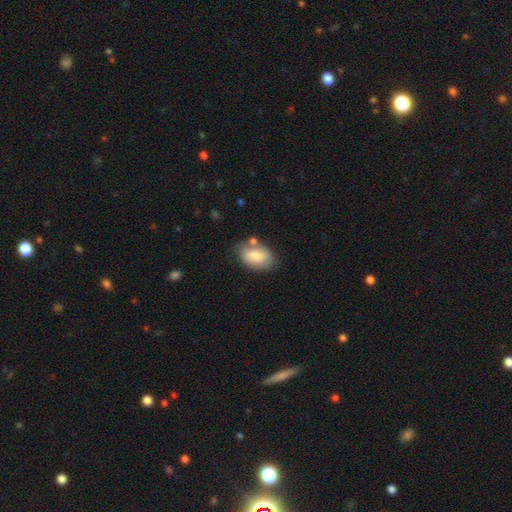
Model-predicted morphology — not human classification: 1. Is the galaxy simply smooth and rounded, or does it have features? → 73% smooth, 21% featured or disk, 7% star or artifact.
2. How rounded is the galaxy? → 87% in between, 12% round, 1% cigar-shaped.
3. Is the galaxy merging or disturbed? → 63% none, 20% minor disturbance, 11% merger, 5% major disturbance.